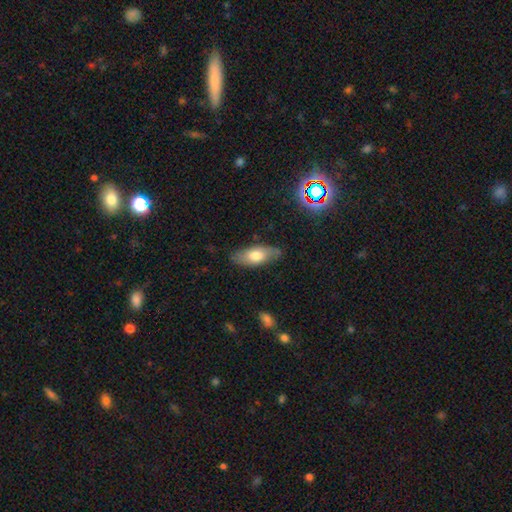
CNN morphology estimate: This appears to be a smooth galaxy with no disk features (68%) that is in between round and cigar-shaped (81%). Merging: none (78%).